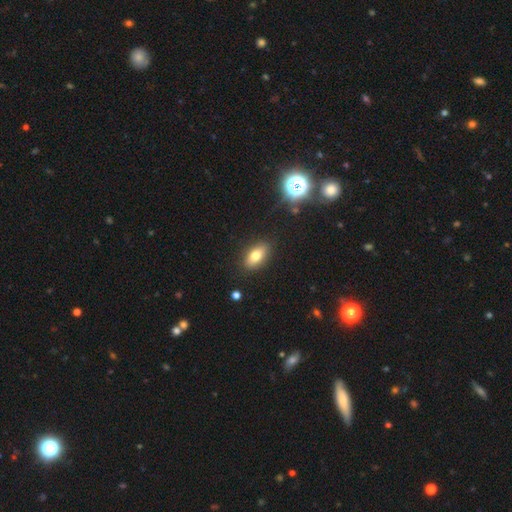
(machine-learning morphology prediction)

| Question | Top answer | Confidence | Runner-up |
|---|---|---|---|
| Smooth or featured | smooth | 74% | featured or disk (16%) |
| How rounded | in between | 86% | cigar-shaped (7%) |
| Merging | none | 87% | minor disturbance (9%) |